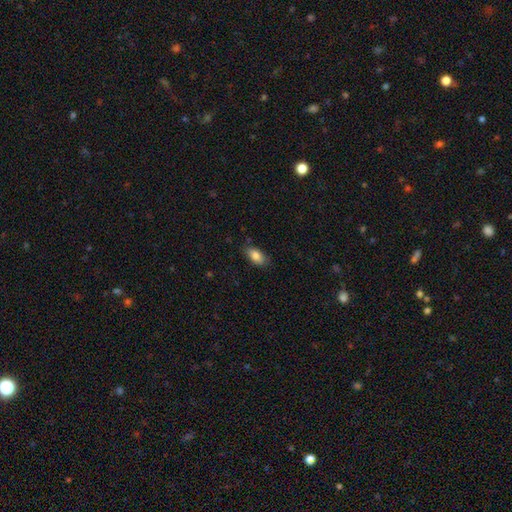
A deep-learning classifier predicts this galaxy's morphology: The model was most divided on "merging": none: 79%, minor disturbance: 16%, major disturbance: 3%, merger: 1%. More confident: how rounded — in between (90%); smooth or featured — smooth (83%).